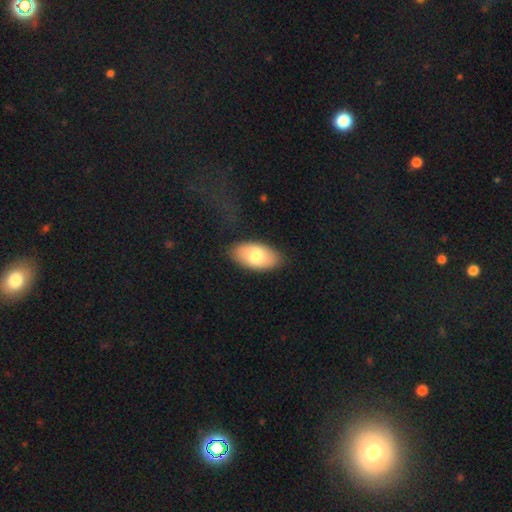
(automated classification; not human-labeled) Smooth or featured? Predicted: smooth (p=0.74). How rounded? Predicted: in between (p=0.94). Merging? Predicted: none (p=0.85).